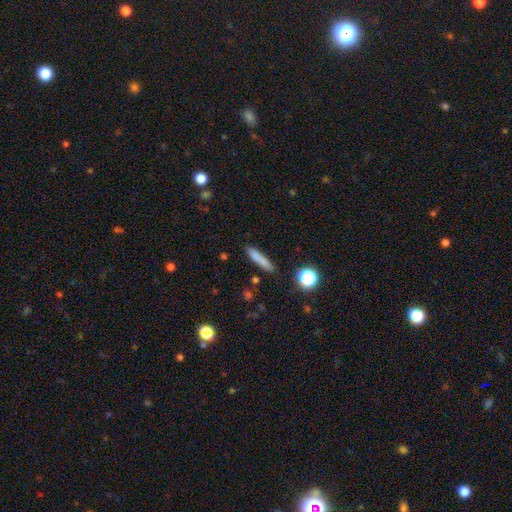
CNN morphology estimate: This appears to be a smooth galaxy with no disk features (50%) that is cigar-shaped (76%). Merging: none (82%).